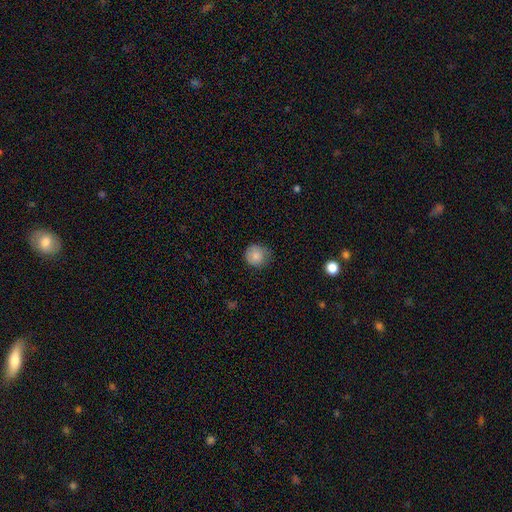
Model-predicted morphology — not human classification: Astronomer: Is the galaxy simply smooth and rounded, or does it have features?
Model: smooth — 84%.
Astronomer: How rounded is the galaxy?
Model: round — 91%.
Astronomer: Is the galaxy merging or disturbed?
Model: none — 75%.